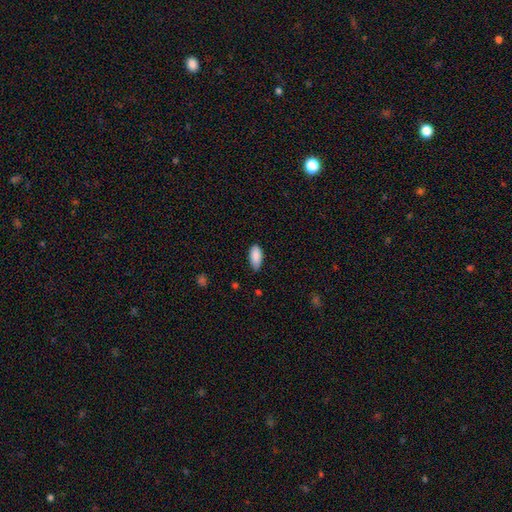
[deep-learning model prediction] This appears to be a smooth galaxy with no disk features (89%) that is in between round and cigar-shaped (91%). Merging: none (72%).